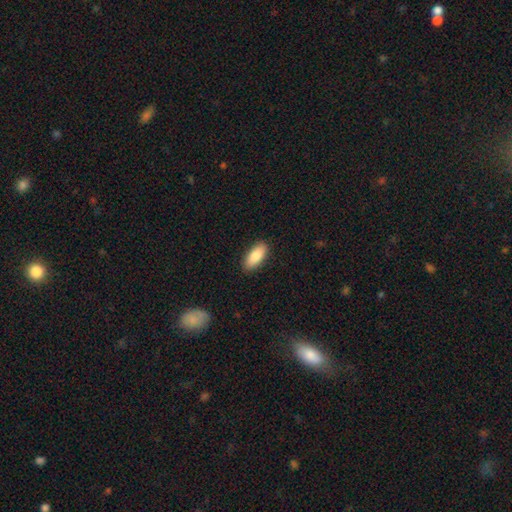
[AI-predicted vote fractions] This appears to be a smooth galaxy with no disk features (87%) that is in between round and cigar-shaped (86%). Merging: none (89%).